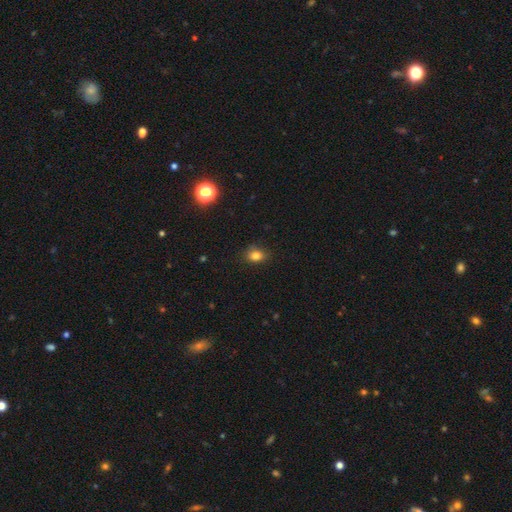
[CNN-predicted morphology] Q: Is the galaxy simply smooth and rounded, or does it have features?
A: smooth — 82%.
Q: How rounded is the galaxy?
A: in between — 61%.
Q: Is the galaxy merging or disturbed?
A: none — 82%.